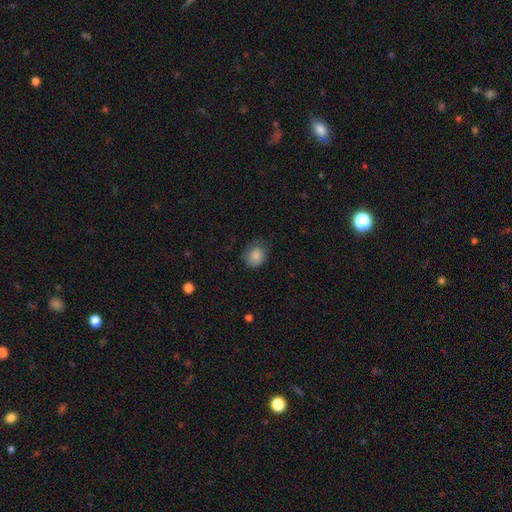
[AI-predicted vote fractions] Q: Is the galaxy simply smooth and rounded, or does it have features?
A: smooth — 85%.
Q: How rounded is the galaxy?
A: round — 58%.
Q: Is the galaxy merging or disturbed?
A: none — 69%.